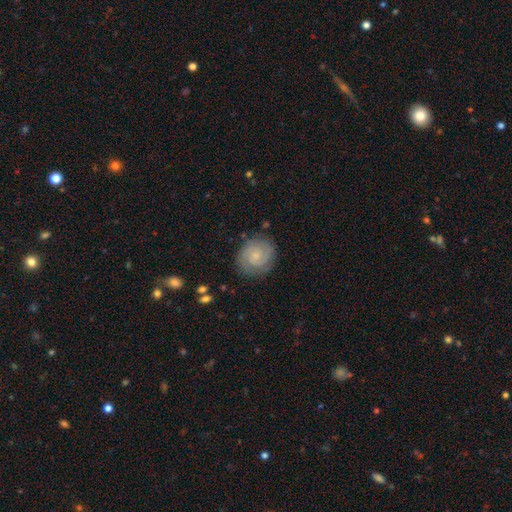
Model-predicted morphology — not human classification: smooth_or_featured: featured or disk (p=0.69) [alt: smooth p=0.24]
disk_edge_on: no (p=0.98) [alt: yes p=0.02]
bar: no (p=0.60) [alt: weak p=0.36]
has_spiral_arms: yes (p=0.95) [alt: no p=0.05]
spiral_winding: tight (p=0.60) [alt: medium p=0.33]
spiral_arm_count: 2 (p=0.76) [alt: can't tell p=0.11]
bulge_size: small (p=0.62) [alt: moderate p=0.20]
merging: none (p=0.83) [alt: minor disturbance p=0.12]